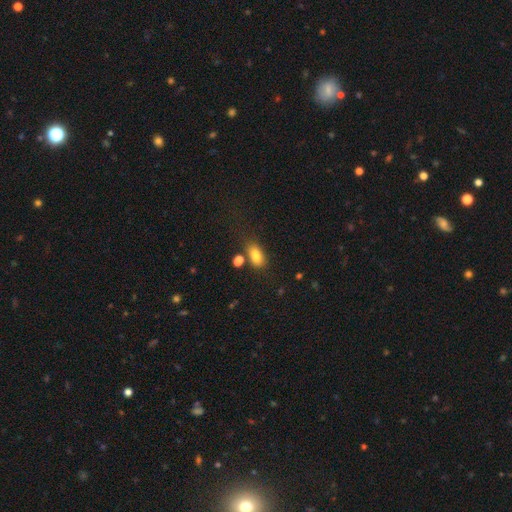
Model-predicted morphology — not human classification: Smooth or featured? smooth (80%)
How rounded? in between (87%)
Merging? none (61%)